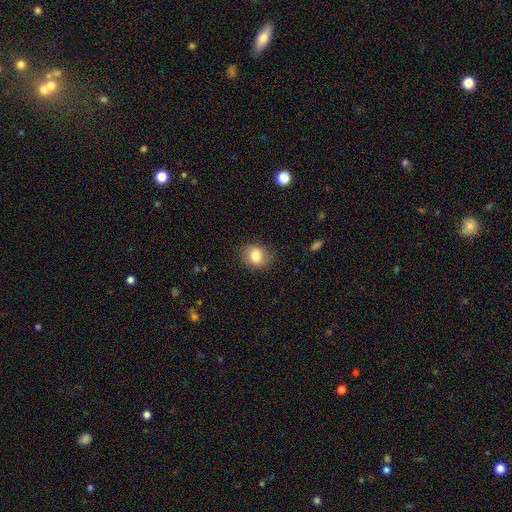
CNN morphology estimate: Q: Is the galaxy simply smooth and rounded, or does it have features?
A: smooth — 82%.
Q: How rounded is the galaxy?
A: round — 68%.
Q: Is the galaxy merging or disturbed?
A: none — 86%.